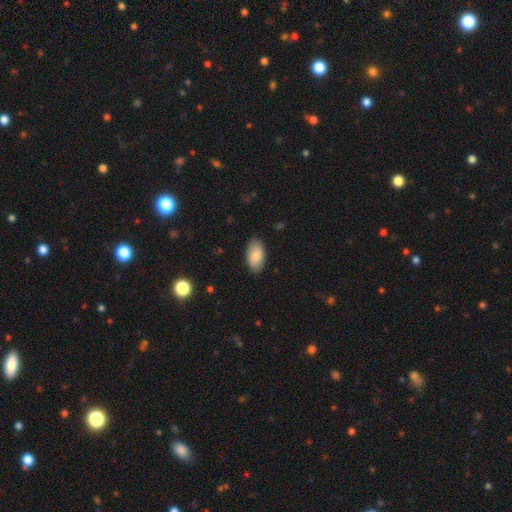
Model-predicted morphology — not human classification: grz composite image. It shows a smooth galaxy with no disk features (86%) that is in between round and cigar-shaped (95%). Merging: none (85%).